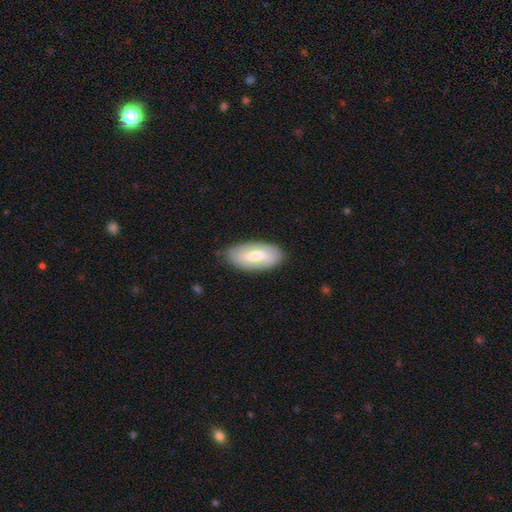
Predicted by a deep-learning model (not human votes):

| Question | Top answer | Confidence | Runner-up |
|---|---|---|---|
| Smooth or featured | smooth | 49% | featured or disk (46%) |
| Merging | none | 81% | minor disturbance (15%) |